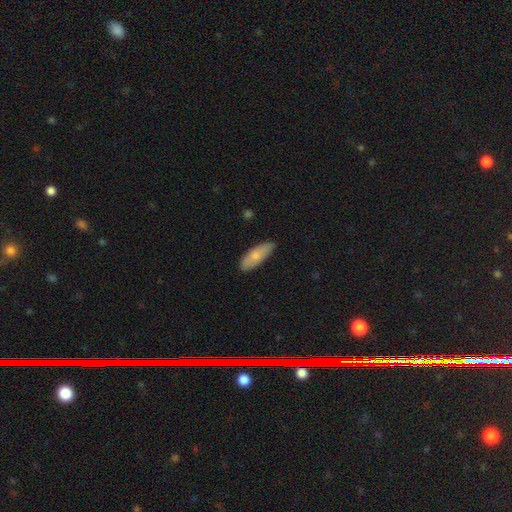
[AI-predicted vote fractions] Morphology: type=smooth (76%); roundness=in between (67%); merging=none (82%).